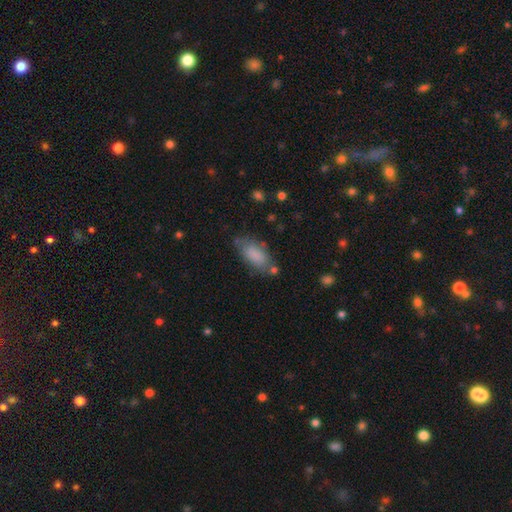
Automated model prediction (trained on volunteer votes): smooth-or-featured: smooth: 83% | featured or disk: 10% | star or artifact: 7%
  how-rounded: in between: 88% | cigar-shaped: 10% | round: 2%
  merging: none: 65% | minor disturbance: 21% | major disturbance: 7% | merger: 7%